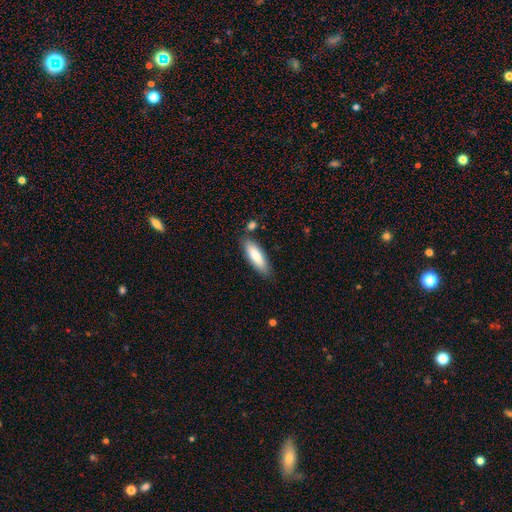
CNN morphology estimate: smooth-or-featured: smooth: 82% | featured or disk: 12% | star or artifact: 6%
  how-rounded: cigar-shaped: 51% | in between: 48% | round: 1%
  merging: none: 79% | minor disturbance: 13% | merger: 5% | major disturbance: 3%